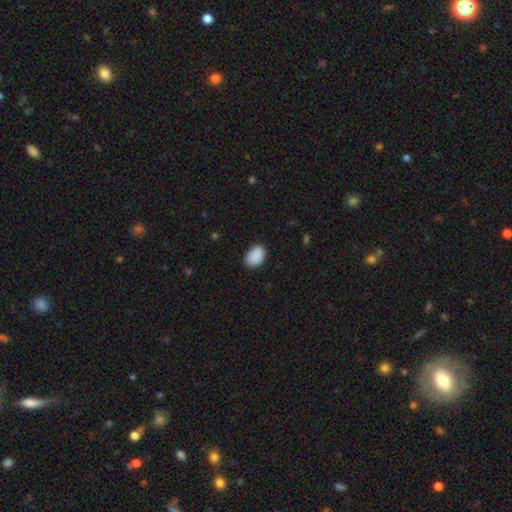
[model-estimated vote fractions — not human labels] Morphology: type=smooth (90%); roundness=in between (84%); merging=none (83%).